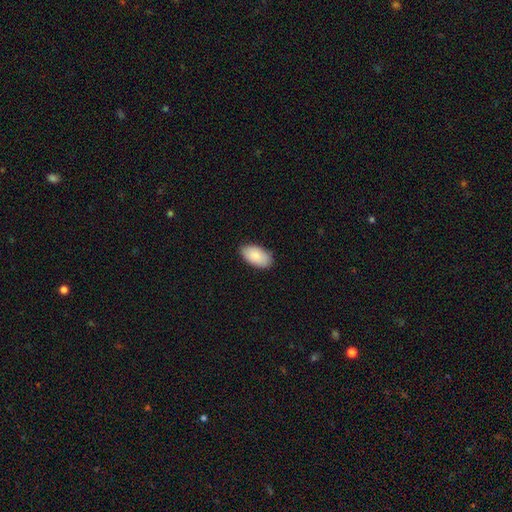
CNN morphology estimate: The model was most divided on "merging": none: 85%, minor disturbance: 12%, major disturbance: 2%, merger: 1%. More confident: how rounded — in between (96%); smooth or featured — smooth (87%).